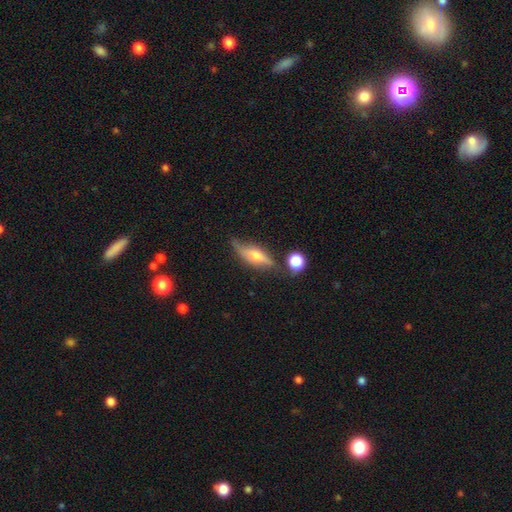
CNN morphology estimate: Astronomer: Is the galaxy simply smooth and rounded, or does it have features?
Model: featured or disk — 57% (runner-up: smooth, 35%).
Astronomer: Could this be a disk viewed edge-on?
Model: yes — 74%.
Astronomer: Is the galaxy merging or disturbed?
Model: none — 61%.